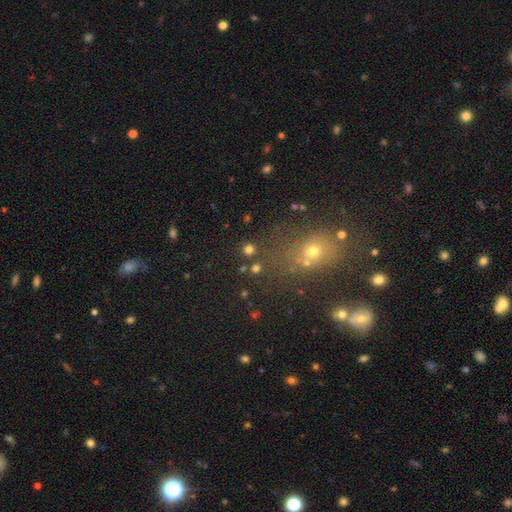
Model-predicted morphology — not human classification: Q: Smooth or featured?
A: smooth (47%); runner-up: star or artifact (39%)
Q: Merging?
A: none (73%); runner-up: minor disturbance (13%)